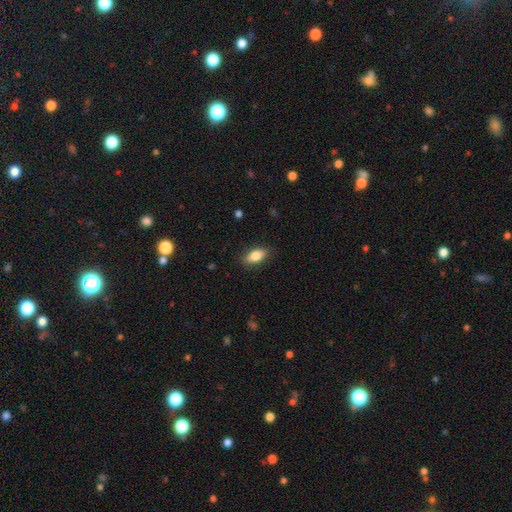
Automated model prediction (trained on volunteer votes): A smooth galaxy with no disk features (83%) that is in between round and cigar-shaped (88%). Merging: none (86%).